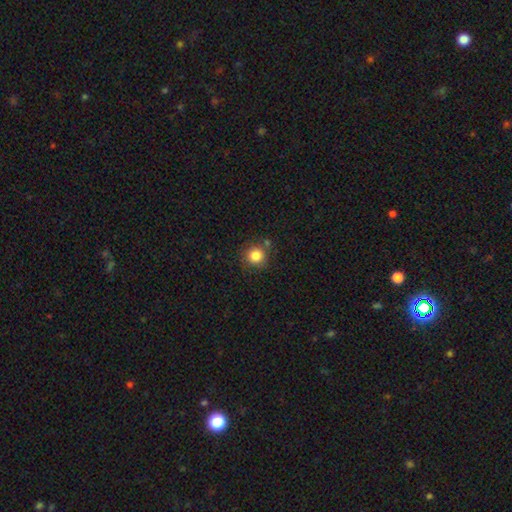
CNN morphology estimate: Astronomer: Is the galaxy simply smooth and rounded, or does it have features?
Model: smooth — 84%.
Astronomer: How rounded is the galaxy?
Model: round — 92%.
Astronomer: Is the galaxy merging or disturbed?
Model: none — 78%.